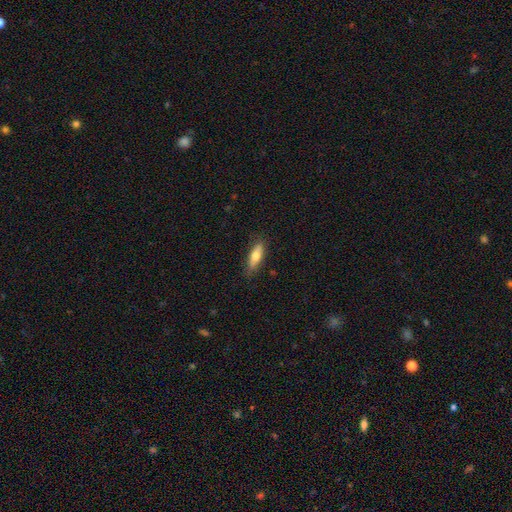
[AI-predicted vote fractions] Smooth or featured? Predicted: smooth (p=0.70). How rounded? Predicted: in between (p=0.52). Merging? Predicted: none (p=0.81).